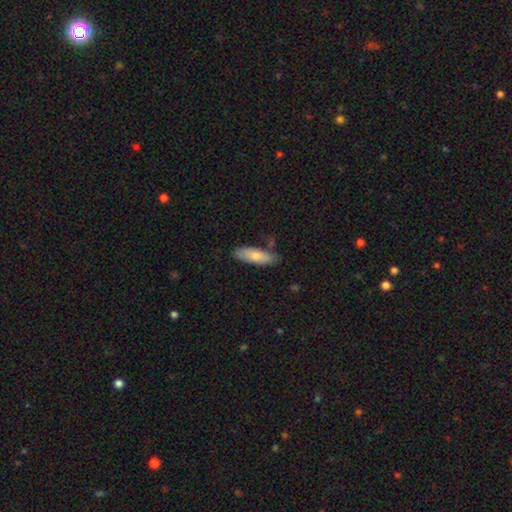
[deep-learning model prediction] smooth_or_featured: smooth (p=0.74) [alt: featured or disk p=0.20]
how_rounded: in between (p=0.61) [alt: cigar-shaped p=0.37]
merging: none (p=0.74) [alt: minor disturbance p=0.18]